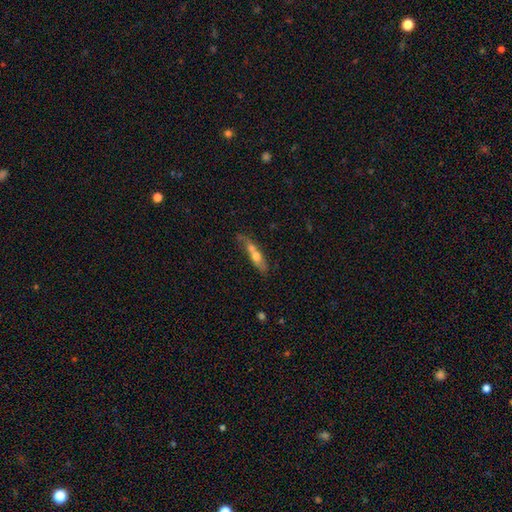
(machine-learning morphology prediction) A smooth galaxy with no disk features (53%) that is cigar-shaped (60%).

Vote fractions:
- Smooth or featured? smooth: 53% / featured or disk: 39% / star or artifact: 8%
- How rounded? cigar-shaped: 60% / in between: 34% / round: 6%
- Merging? merger: 46% / none: 30% / minor disturbance: 14% / major disturbance: 10%